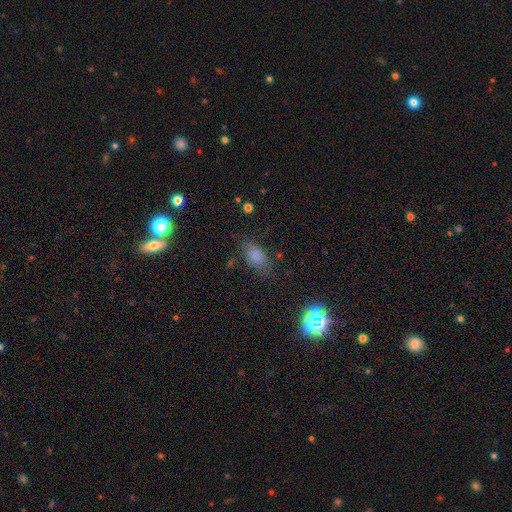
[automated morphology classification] Smooth or featured? Predicted: smooth (p=0.75). How rounded? Predicted: in between (p=0.85). Merging? Predicted: none (p=0.67).